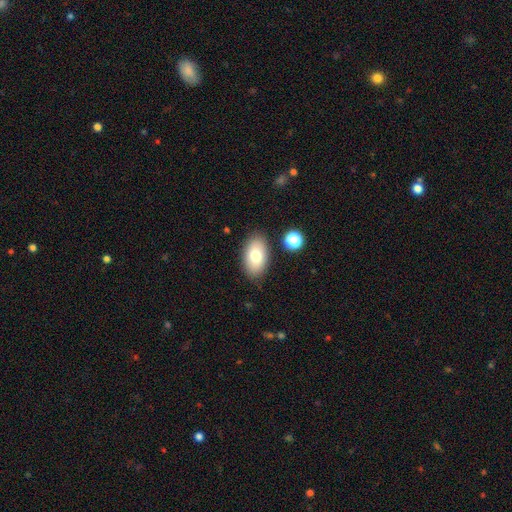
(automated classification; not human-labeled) Morphology: type=smooth (77%); roundness=in between (92%); merging=none (85%).